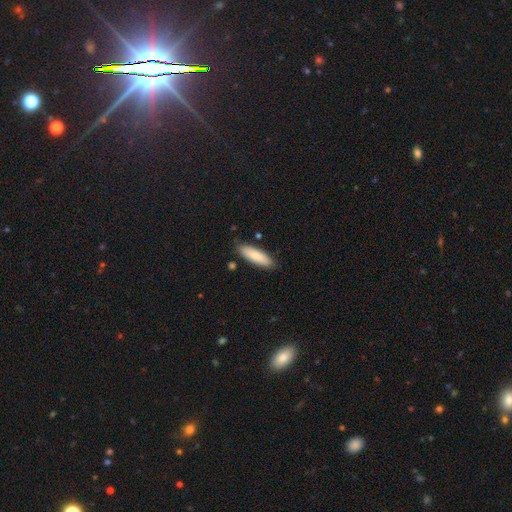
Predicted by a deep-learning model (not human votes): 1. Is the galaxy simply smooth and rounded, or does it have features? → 85% smooth, 9% featured or disk, 5% star or artifact.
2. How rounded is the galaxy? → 53% cigar-shaped, 45% in between, 1% round.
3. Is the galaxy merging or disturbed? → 84% none, 12% minor disturbance, 2% major disturbance, 2% merger.